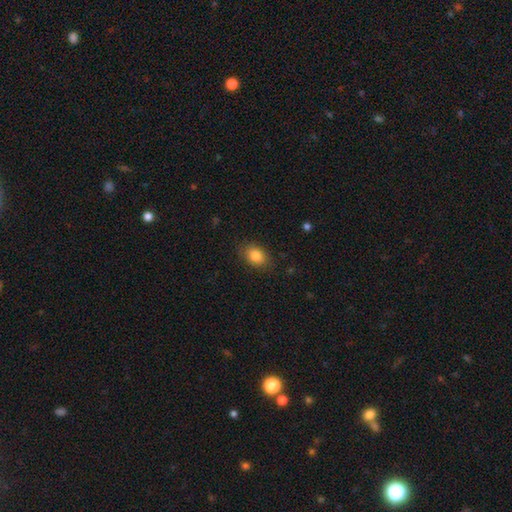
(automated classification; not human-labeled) Smooth or featured? Predicted: smooth (p=0.84). How rounded? Predicted: in between (p=0.74). Merging? Predicted: none (p=0.84).